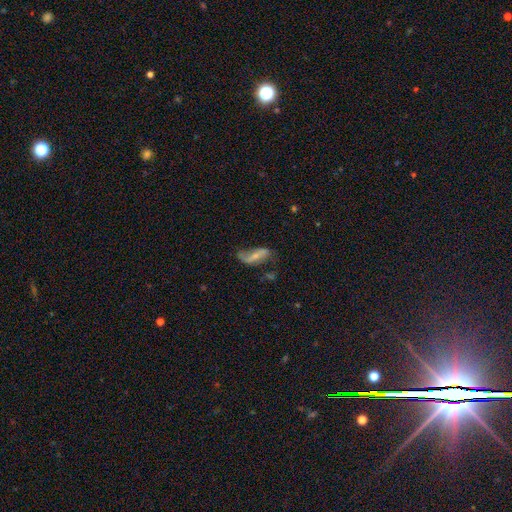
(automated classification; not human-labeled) Smooth or featured? Predicted: featured or disk (p=0.60). Edge-on disk? Predicted: no (p=0.89). Bar? Predicted: strong (p=0.37). Spiral arms? Predicted: yes (p=0.80). Bulge size? Predicted: small (p=0.58). Merging? Predicted: none (p=0.48).